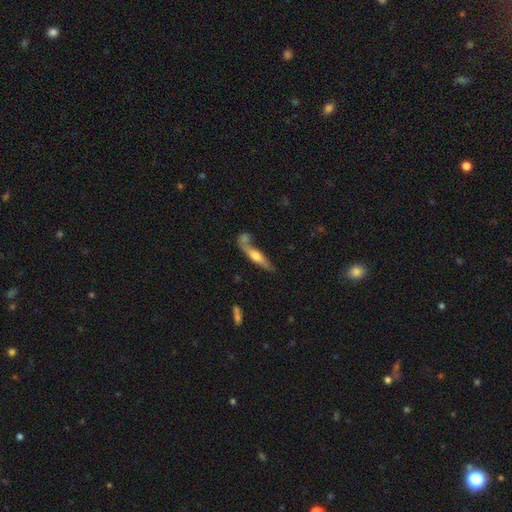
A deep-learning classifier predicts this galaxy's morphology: Q: Smooth or featured?
A: featured or disk (48%); runner-up: smooth (46%)
Q: Merging?
A: none (51%); runner-up: merger (27%)